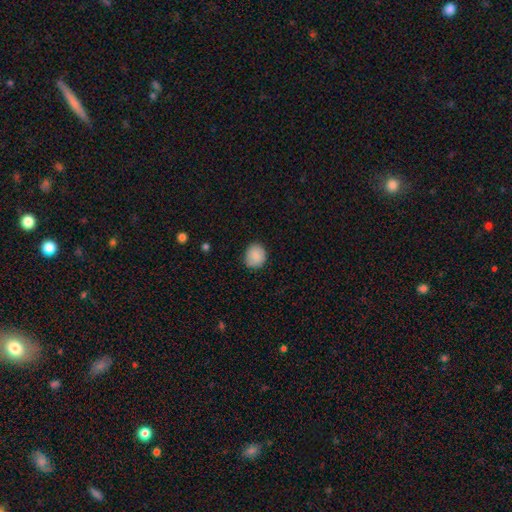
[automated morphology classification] Overall: smooth (87%). How rounded: round (76%). Merging: none (82%).